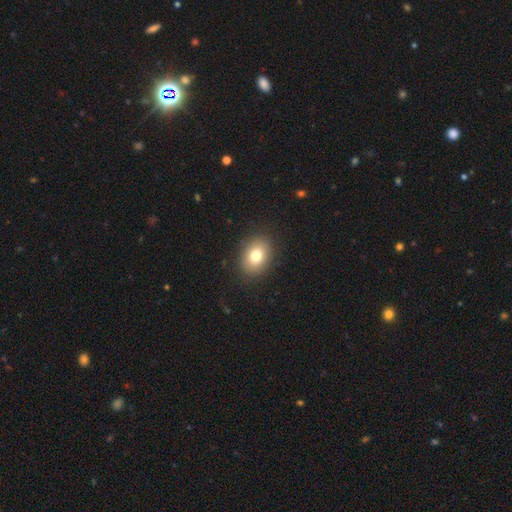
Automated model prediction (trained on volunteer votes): This appears to be a smooth galaxy with no disk features (79%) that is in between round and cigar-shaped (69%). Merging: none (88%).